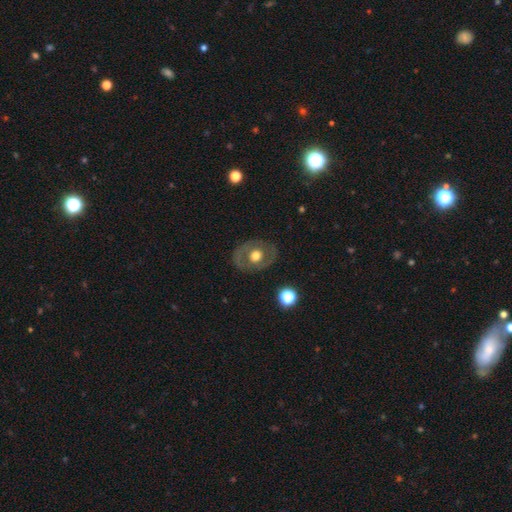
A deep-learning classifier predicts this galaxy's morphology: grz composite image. It shows a featured or disk galaxy (55%) with no bar (84%), no spiral arms (78%) and a moderate central bulge (59%). Merging: none (81%).